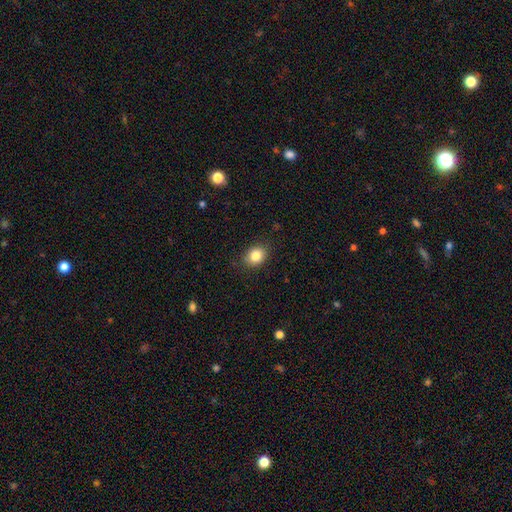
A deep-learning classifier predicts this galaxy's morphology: Overall: smooth (84%). How rounded: round (55%; in between 44%). Merging: none (86%).